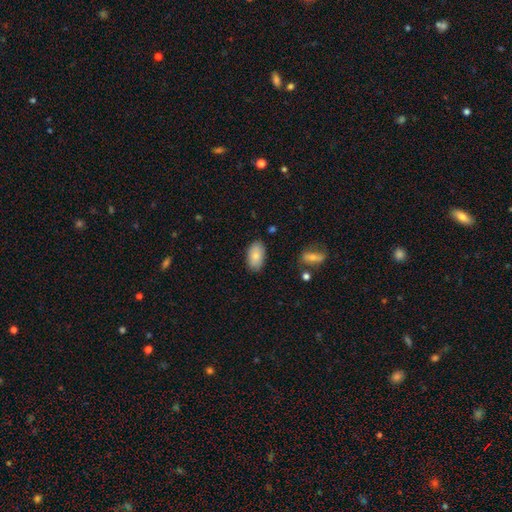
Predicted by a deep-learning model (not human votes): This appears to be a smooth galaxy with no disk features (83%) that is in between round and cigar-shaped (94%). Merging: none (83%).